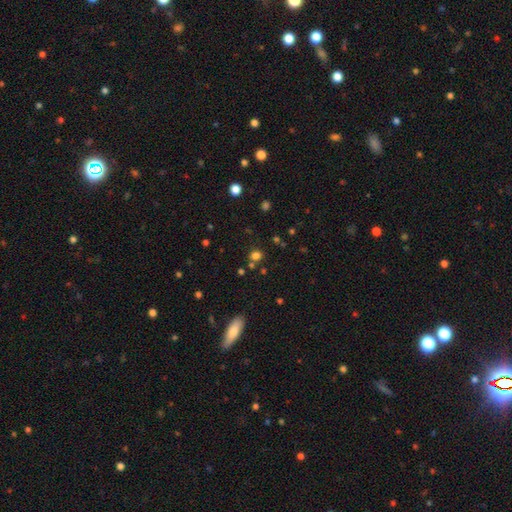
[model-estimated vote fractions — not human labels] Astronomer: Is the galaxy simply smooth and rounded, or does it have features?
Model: smooth — 73%.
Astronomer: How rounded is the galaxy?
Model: round — 74%.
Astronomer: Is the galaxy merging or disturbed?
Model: none — 75%.